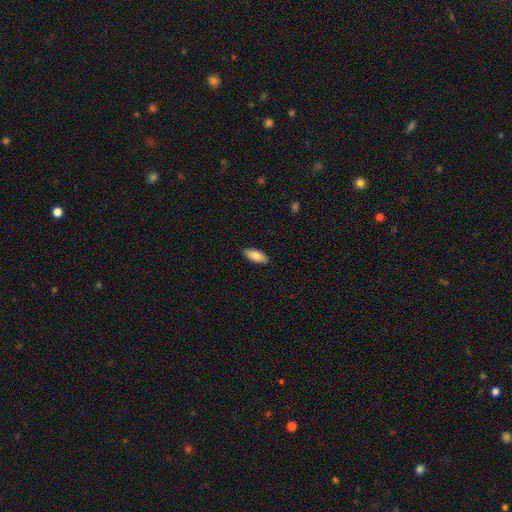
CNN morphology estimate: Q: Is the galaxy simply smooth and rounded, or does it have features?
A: smooth — 85%.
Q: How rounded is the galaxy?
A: in between — 82%.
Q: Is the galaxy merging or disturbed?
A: none — 89%.